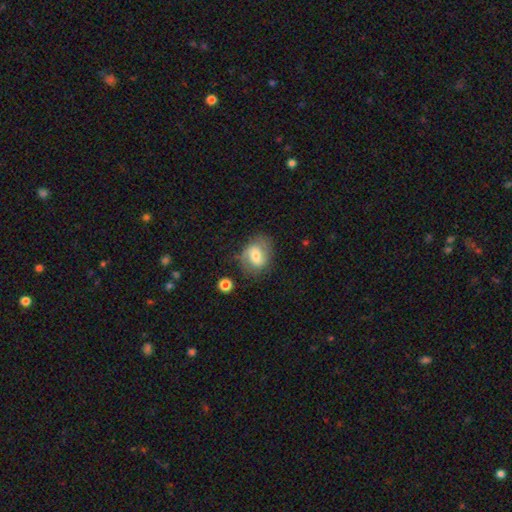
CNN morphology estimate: smooth-or-featured: smooth: 51% | featured or disk: 40% | star or artifact: 9%
  how-rounded: in between: 60% | round: 39% | cigar-shaped: 1%
  merging: none: 61% | minor disturbance: 25% | major disturbance: 11% | merger: 3%